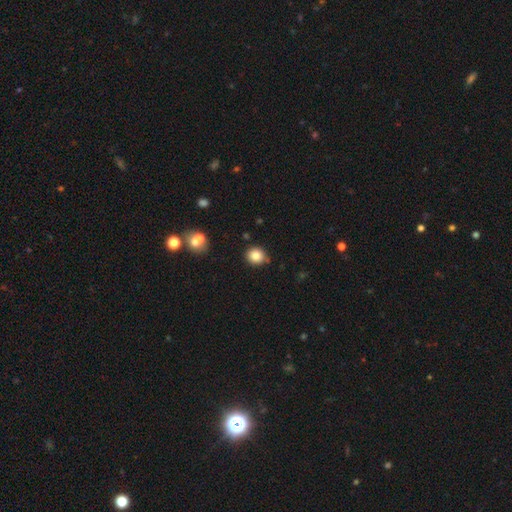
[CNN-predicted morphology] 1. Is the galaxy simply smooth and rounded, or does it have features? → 82% smooth, 11% star or artifact, 7% featured or disk.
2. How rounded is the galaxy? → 86% round, 13% in between, 1% cigar-shaped.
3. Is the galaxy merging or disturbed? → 83% none, 11% minor disturbance, 4% merger, 2% major disturbance.